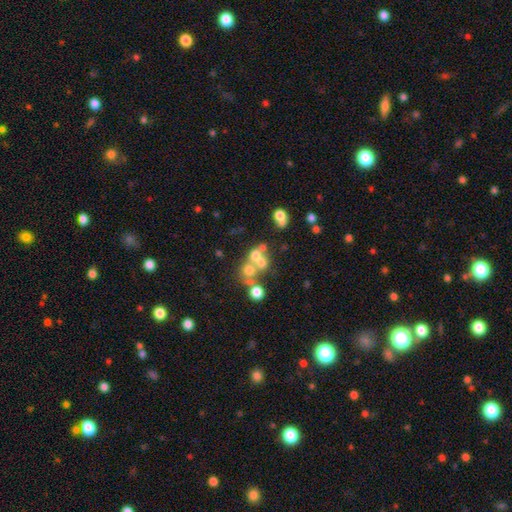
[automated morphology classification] Smooth or featured? Predicted: smooth (p=0.51). How rounded? Predicted: round (p=0.79). Merging? Predicted: merger (p=0.50).